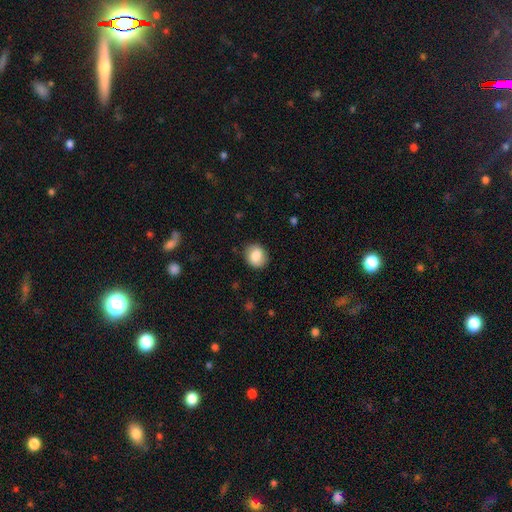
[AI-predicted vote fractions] smooth-or-featured: smooth: 83% | featured or disk: 9% | star or artifact: 8%
  how-rounded: round: 65% | in between: 34% | cigar-shaped: 1%
  merging: none: 87% | minor disturbance: 9% | major disturbance: 3% | merger: 1%